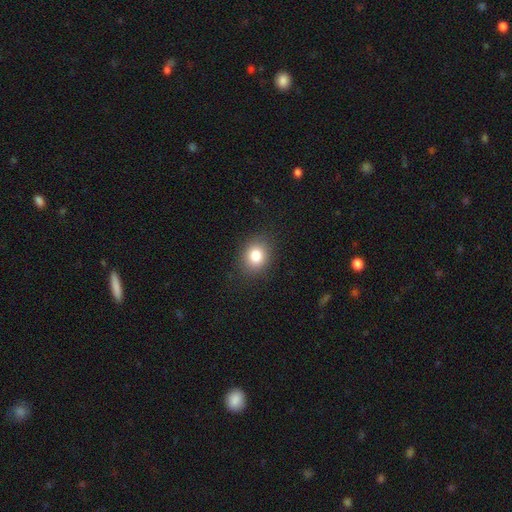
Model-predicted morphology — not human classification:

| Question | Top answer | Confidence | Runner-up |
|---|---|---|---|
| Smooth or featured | smooth | 82% | star or artifact (11%) |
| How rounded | round | 58% | in between (41%) |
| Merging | none | 86% | minor disturbance (10%) |